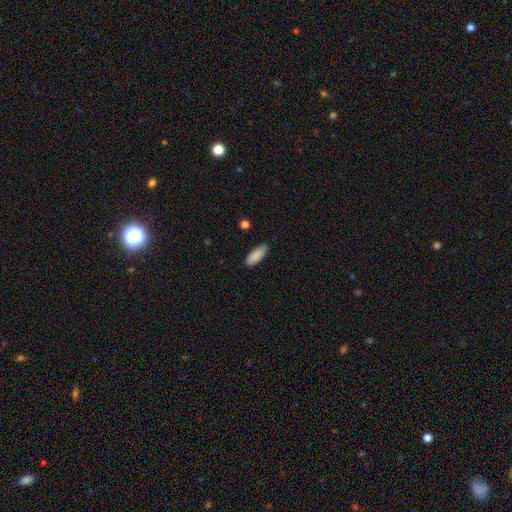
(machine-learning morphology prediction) Overall: smooth (89%). How rounded: in between (72%). Merging: none (86%).